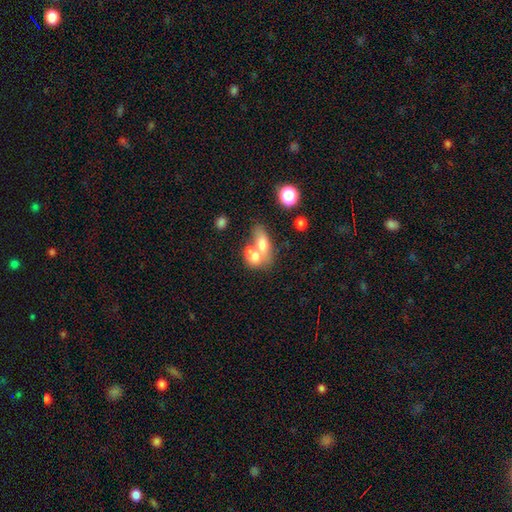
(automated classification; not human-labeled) smooth 65%, featured or disk 25%, star or artifact 9%. Down the decision tree: how rounded — in between (75%); merging — merger (68%).